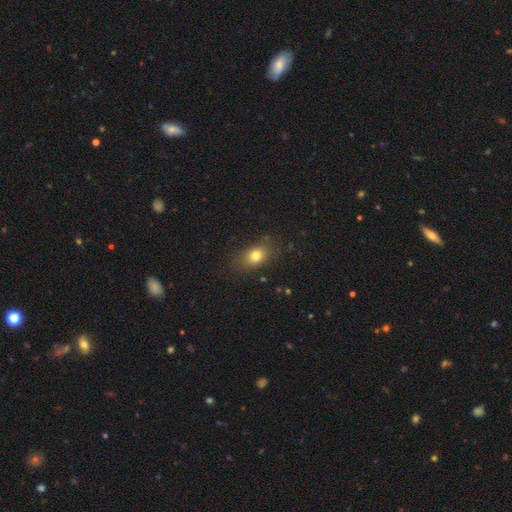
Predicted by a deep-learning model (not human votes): A smooth galaxy with no disk features (79%) that is in between round and cigar-shaped (72%).

Vote fractions:
- Smooth or featured? smooth: 79% / star or artifact: 11% / featured or disk: 10%
- How rounded? in between: 72% / round: 25% / cigar-shaped: 2%
- Merging? none: 79% / minor disturbance: 15% / major disturbance: 5% / merger: 2%